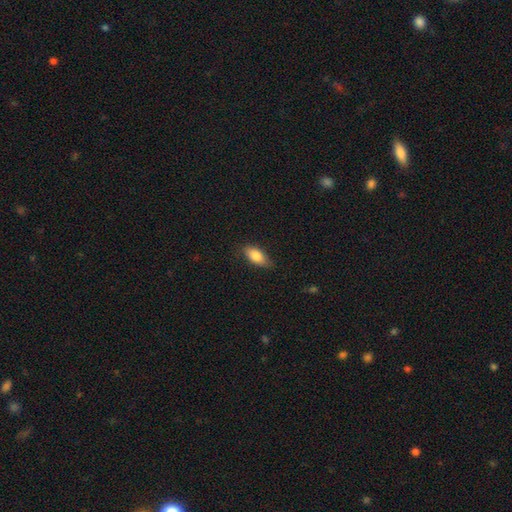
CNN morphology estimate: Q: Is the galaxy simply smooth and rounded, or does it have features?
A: smooth — 82%.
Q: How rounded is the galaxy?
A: in between — 87%.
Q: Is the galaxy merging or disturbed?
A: none — 78%.